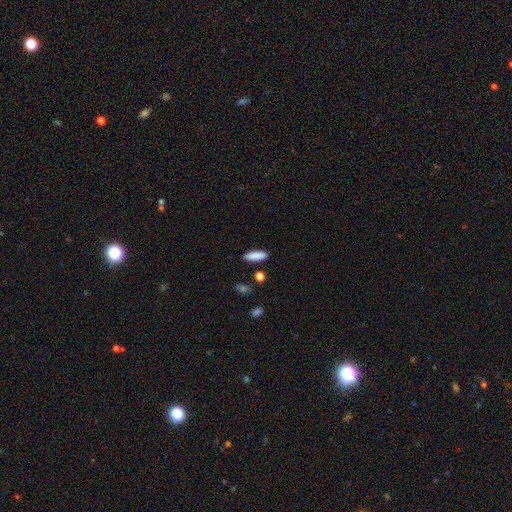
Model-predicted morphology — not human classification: This appears to be a smooth galaxy with no disk features (88%) that is cigar-shaped (50%). Merging: none (87%).